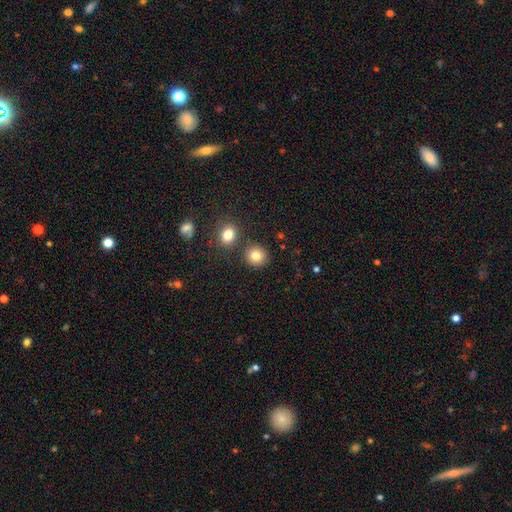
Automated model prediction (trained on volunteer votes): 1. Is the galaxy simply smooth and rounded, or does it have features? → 83% smooth, 11% star or artifact, 6% featured or disk.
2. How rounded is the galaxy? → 88% round, 11% in between, 1% cigar-shaped.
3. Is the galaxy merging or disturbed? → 84% none, 7% minor disturbance, 7% merger, 2% major disturbance.